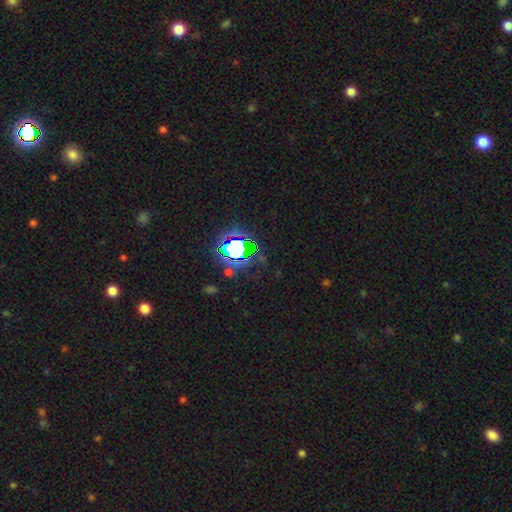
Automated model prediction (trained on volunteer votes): Smooth or featured? star or artifact (78%)